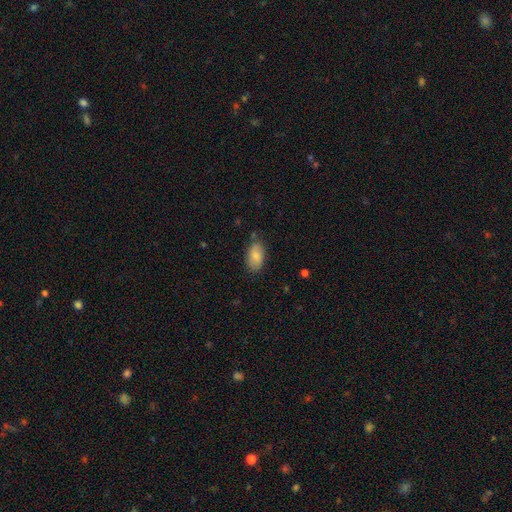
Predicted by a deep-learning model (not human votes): Smooth or featured? Predicted: smooth (p=0.82). How rounded? Predicted: in between (p=0.94). Merging? Predicted: none (p=0.76).